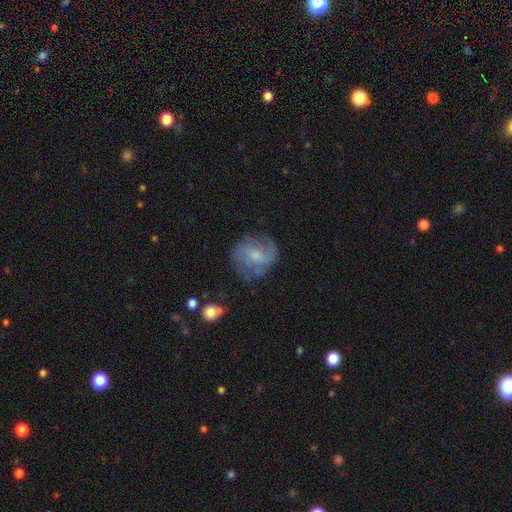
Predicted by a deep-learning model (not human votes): Overall: featured or disk (61%; smooth 31%). Edge-on disk: no (97%). Bar: no (54%; weak 40%). Spiral arms: yes (83%). Bulge size: small (53%; moderate 35%). Merging: none (63%).